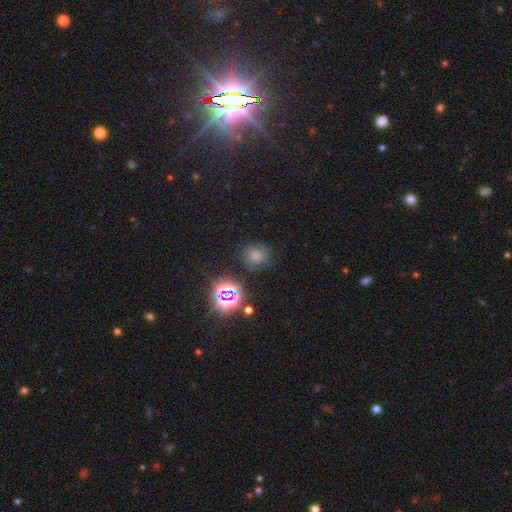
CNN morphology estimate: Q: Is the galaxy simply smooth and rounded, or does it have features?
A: smooth — 63%.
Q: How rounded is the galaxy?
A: round — 84%.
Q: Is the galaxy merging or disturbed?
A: none — 75%.